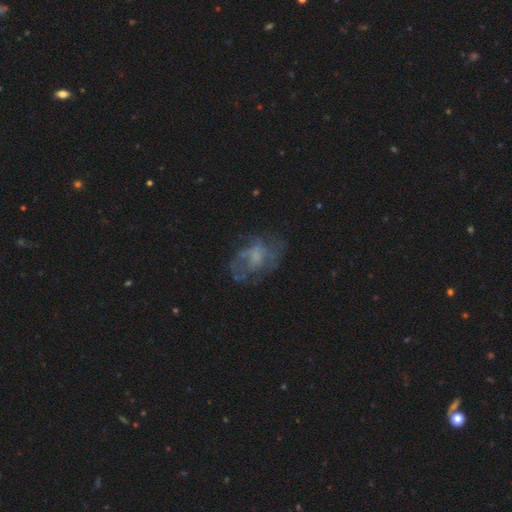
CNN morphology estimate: A featured or disk galaxy (56%) with no bar (71%), no spiral arms (63%) and no central bulge (43%). Merging: none (52%).